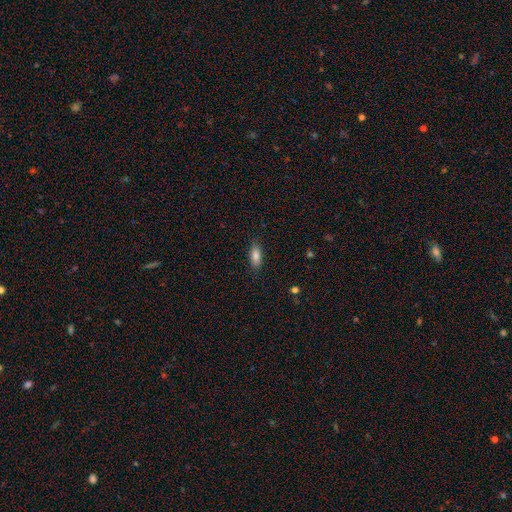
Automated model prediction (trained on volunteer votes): Smooth or featured?
  - smooth: 82% *
  - featured or disk: 10%
  - star or artifact: 8%
How rounded?
  - in between: 77% *
  - cigar-shaped: 20%
  - round: 3%
Merging?
  - none: 86% *
  - minor disturbance: 11%
  - major disturbance: 2%
  - merger: 1%